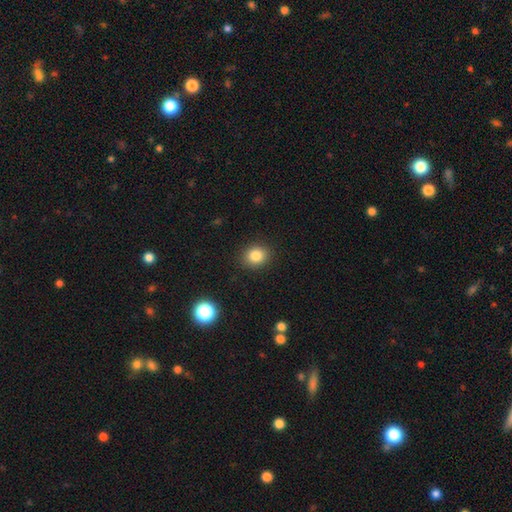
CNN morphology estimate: Smooth or featured: smooth — 83% (star or artifact — 11%)
How rounded: round — 70% (in between — 29%)
Merging: none — 89% (minor disturbance — 7%)